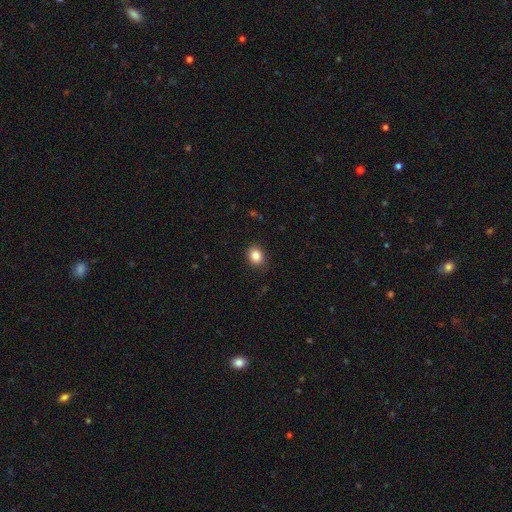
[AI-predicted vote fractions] This is clearly a smooth galaxy (86%). How rounded: possibly round (57%). Merging: clearly none (87%).